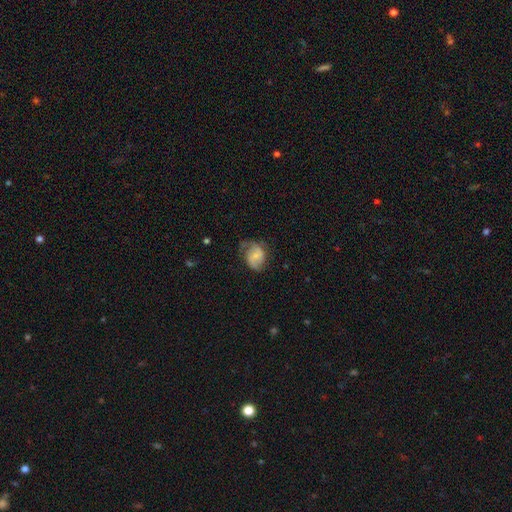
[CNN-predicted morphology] Q: Smooth or featured?
A: featured or disk (59%); runner-up: smooth (33%)
Q: Edge-on disk?
A: no (98%); runner-up: yes (2%)
Q: Bar?
A: no (50%); runner-up: weak (40%)
Q: Spiral arms?
A: yes (88%); runner-up: no (12%)
Q: Spiral winding?
A: medium (45%); runner-up: loose (32%)
Q: Spiral arm count?
A: 2 (71%); runner-up: 1 (13%)
Q: Bulge size?
A: small (55%); runner-up: moderate (26%)
Q: Merging?
A: none (49%); runner-up: minor disturbance (29%)